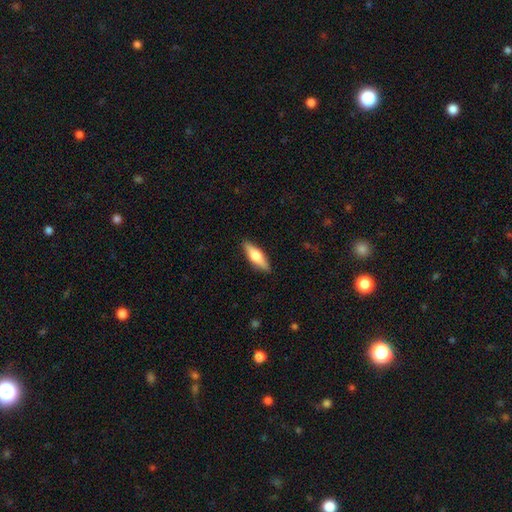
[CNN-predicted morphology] Smooth or featured?
  - smooth: 60% *
  - featured or disk: 34%
  - star or artifact: 6%
How rounded?
  - cigar-shaped: 51% *
  - in between: 47%
  - round: 2%
Merging?
  - none: 89% *
  - minor disturbance: 9%
  - major disturbance: 2%
  - merger: 1%